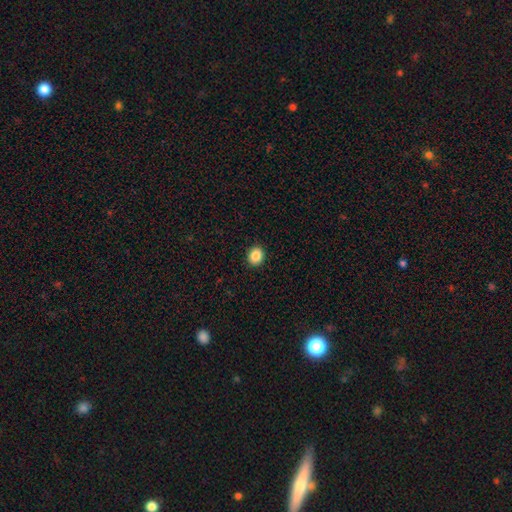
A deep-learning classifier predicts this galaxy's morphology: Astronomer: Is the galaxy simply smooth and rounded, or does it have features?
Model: smooth — 87%.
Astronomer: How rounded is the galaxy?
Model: round — 69%.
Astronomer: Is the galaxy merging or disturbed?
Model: none — 92%.